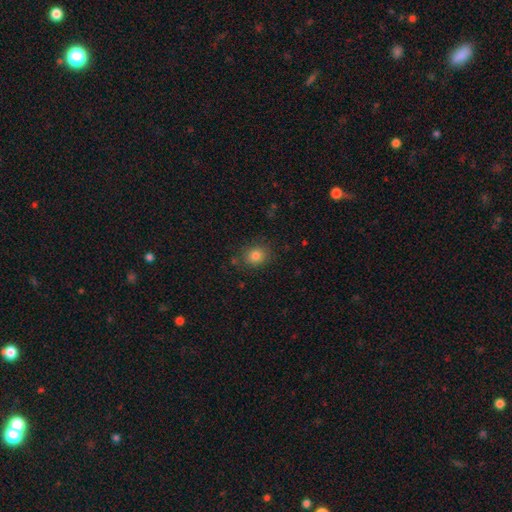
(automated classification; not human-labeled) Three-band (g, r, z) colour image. It shows a smooth galaxy with no disk features (82%) that is round (65%). Merging: none (81%).